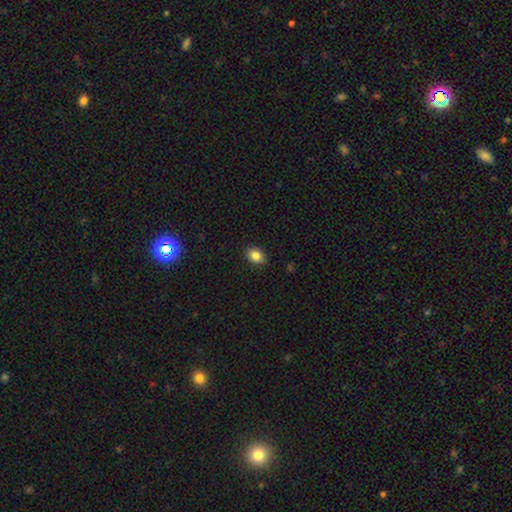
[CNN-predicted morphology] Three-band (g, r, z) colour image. It shows a smooth galaxy with no disk features (85%) that is in between round and cigar-shaped (69%). Merging: none (88%).